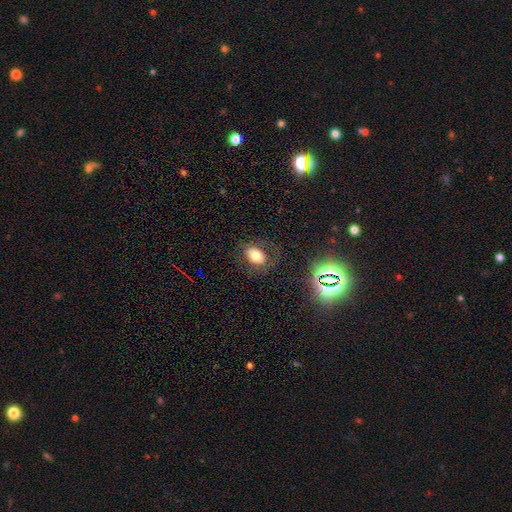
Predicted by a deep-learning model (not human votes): smooth_or_featured: smooth (p=0.70) [alt: featured or disk p=0.16]
how_rounded: in between (p=0.76) [alt: round p=0.22]
merging: none (p=0.74) [alt: minor disturbance p=0.15]